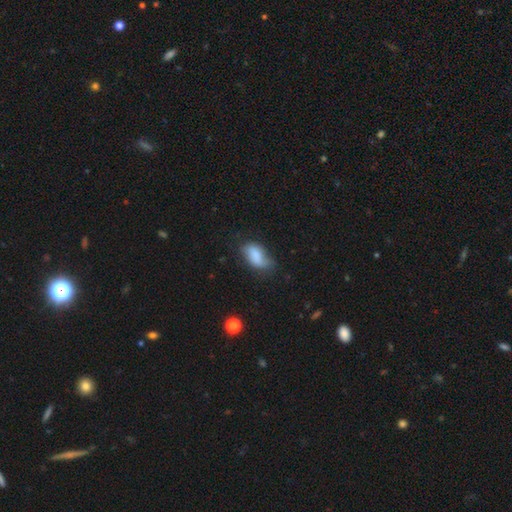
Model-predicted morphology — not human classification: Overall: smooth (75%). How rounded: in between (91%). Merging: none (47%; minor disturbance 36%).